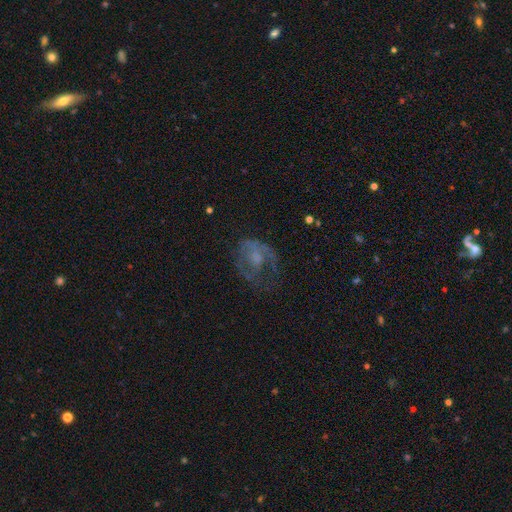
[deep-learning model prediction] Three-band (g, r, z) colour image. It shows a featured or disk galaxy (60%) with no bar (71%), spiral arms (55%) and a moderate central bulge (34%). Merging: none (41%).